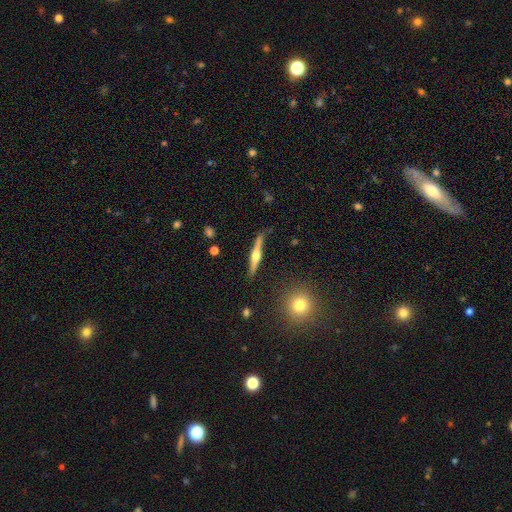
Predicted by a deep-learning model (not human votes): Smooth or featured?
  - featured or disk: 72% *
  - smooth: 23%
  - star or artifact: 6%
Edge-on disk?
  - yes: 97% *
  - no: 3%
Edge-on bulge?
  - rounded: 93% *
  - boxy: 4%
  - none: 3%
Merging?
  - none: 85% *
  - minor disturbance: 10%
  - major disturbance: 2%
  - merger: 2%